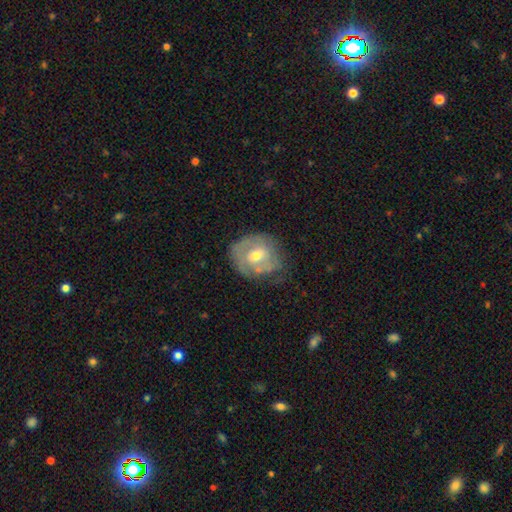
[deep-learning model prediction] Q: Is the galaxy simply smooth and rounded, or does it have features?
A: featured or disk — 62%.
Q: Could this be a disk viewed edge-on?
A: no — 96%.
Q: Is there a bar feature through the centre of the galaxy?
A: no — 47%.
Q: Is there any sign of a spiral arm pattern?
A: yes — 65%.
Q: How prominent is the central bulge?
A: moderate — 62%.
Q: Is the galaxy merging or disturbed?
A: none — 60%.